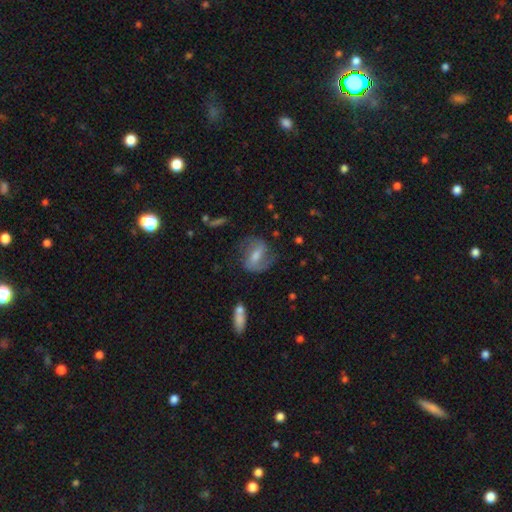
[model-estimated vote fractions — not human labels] Smooth or featured? featured or disk (72%)
Edge-on disk? no (96%)
Bar? weak (48%)
Spiral arms? yes (90%)
Spiral winding? medium (51%)
Spiral arm count? 2 (84%)
Bulge size? moderate (46%)
Merging? none (65%)